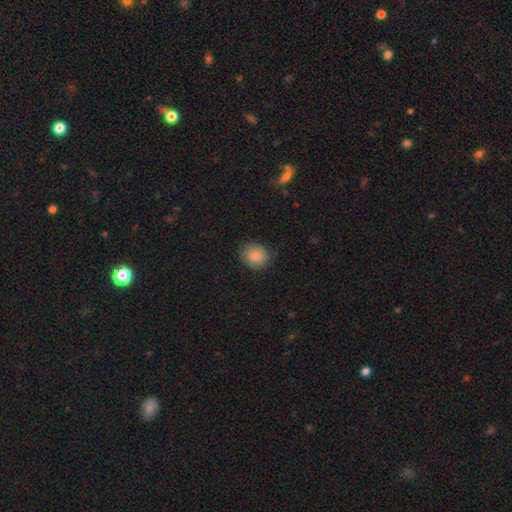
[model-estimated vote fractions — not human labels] Smooth or featured: smooth — 86% (star or artifact — 8%)
How rounded: round — 76% (in between — 23%)
Merging: none — 84% (minor disturbance — 12%)